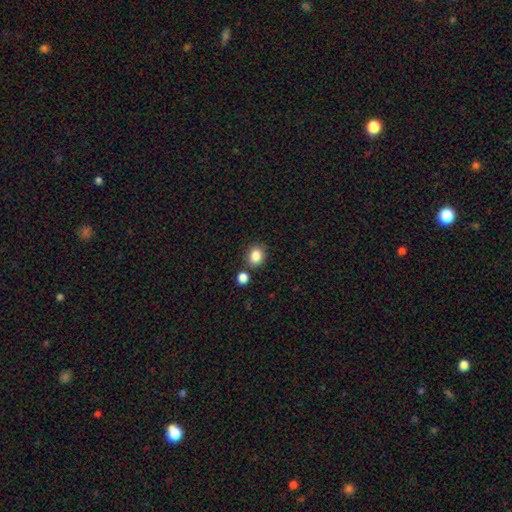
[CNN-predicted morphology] Q: Smooth or featured?
A: smooth (85%); runner-up: star or artifact (10%)
Q: How rounded?
A: round (65%); runner-up: in between (34%)
Q: Merging?
A: none (79%); runner-up: minor disturbance (9%)